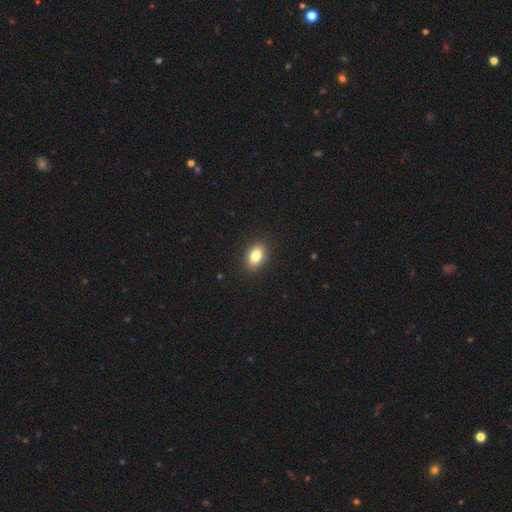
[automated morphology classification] Q: Smooth or featured?
A: smooth (84%); runner-up: star or artifact (9%)
Q: How rounded?
A: in between (83%); runner-up: round (15%)
Q: Merging?
A: none (89%); runner-up: minor disturbance (8%)